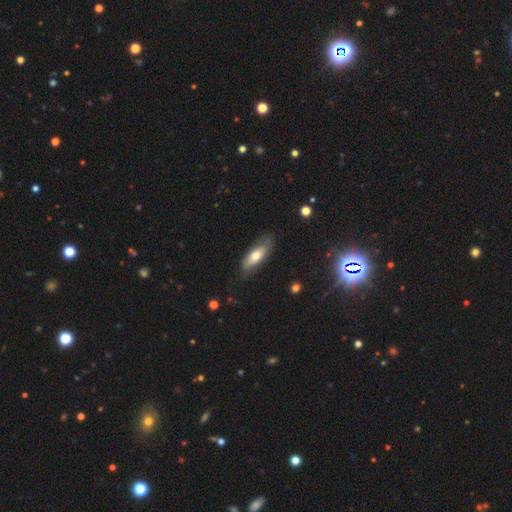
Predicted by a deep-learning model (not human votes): smooth 64%, featured or disk 29%, star or artifact 6%. Down the decision tree: how rounded — in between (66%); merging — none (68%).